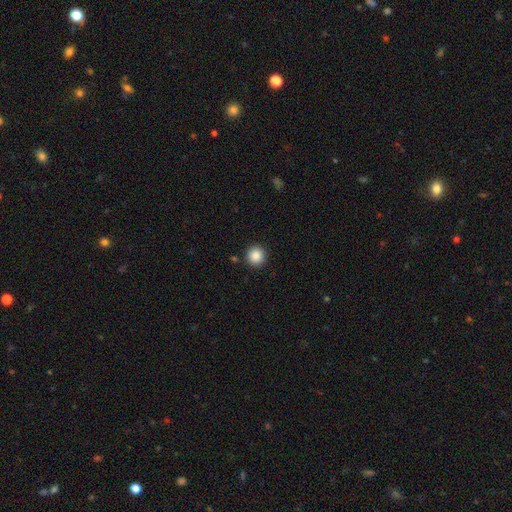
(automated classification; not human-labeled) smooth_or_featured: smooth (p=0.88) [alt: star or artifact p=0.09]
how_rounded: round (p=0.94) [alt: in between p=0.05]
merging: none (p=0.91) [alt: minor disturbance p=0.06]